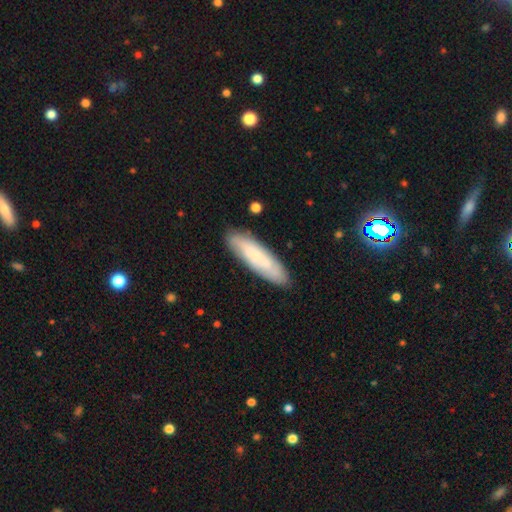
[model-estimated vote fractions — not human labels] Smooth or featured: smooth — 54% (featured or disk — 39%)
How rounded: cigar-shaped — 64% (in between — 34%)
Merging: none — 84% (minor disturbance — 12%)